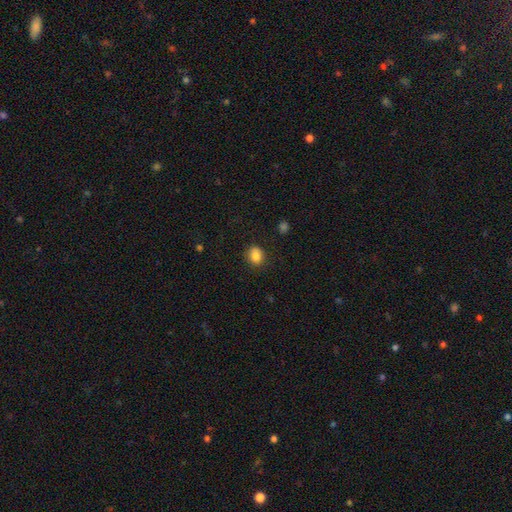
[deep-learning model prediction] Smooth or featured? smooth (84%)
How rounded? round (59%)
Merging? none (81%)